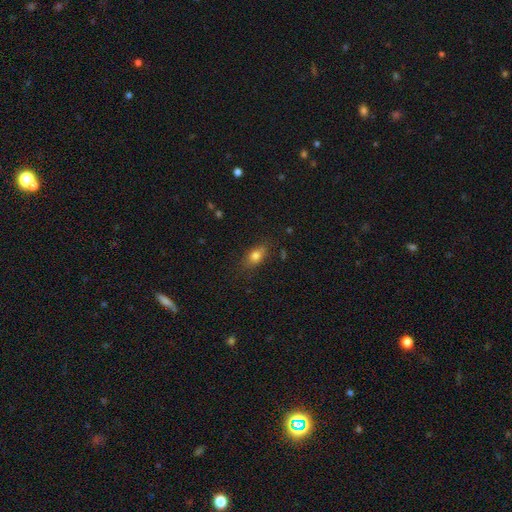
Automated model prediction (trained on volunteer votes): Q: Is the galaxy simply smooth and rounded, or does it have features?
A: smooth — 77%.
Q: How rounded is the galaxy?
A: in between — 78%.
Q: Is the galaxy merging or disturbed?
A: none — 78%.